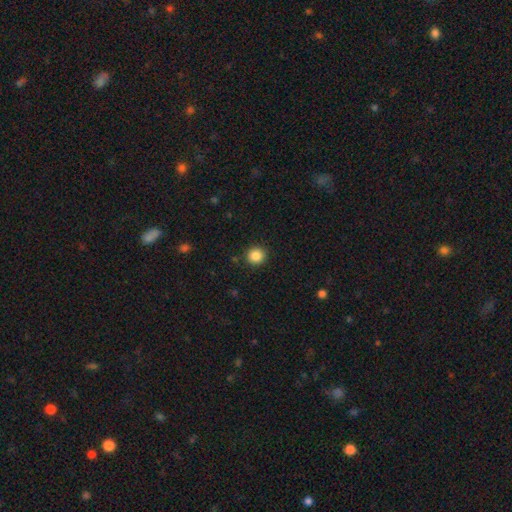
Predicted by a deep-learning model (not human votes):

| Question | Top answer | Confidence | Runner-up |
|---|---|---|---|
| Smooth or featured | smooth | 86% | star or artifact (10%) |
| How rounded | round | 93% | in between (6%) |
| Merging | none | 90% | minor disturbance (7%) |